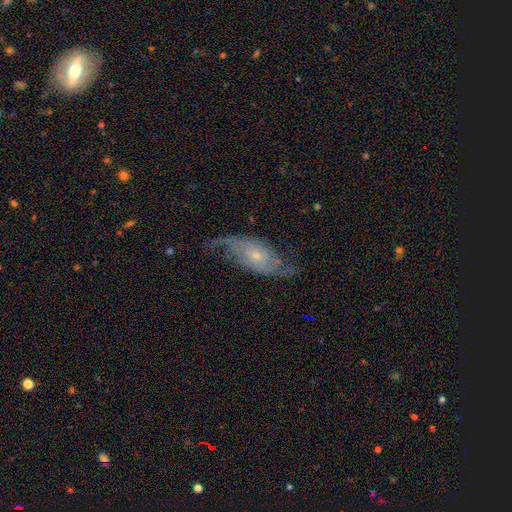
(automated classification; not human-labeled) This appears to be a featured or disk galaxy (81%) with no bar (67%), 2 (86%) loose (52%) spiral arms (94%) and a small central bulge (66%). Merging: none (67%).